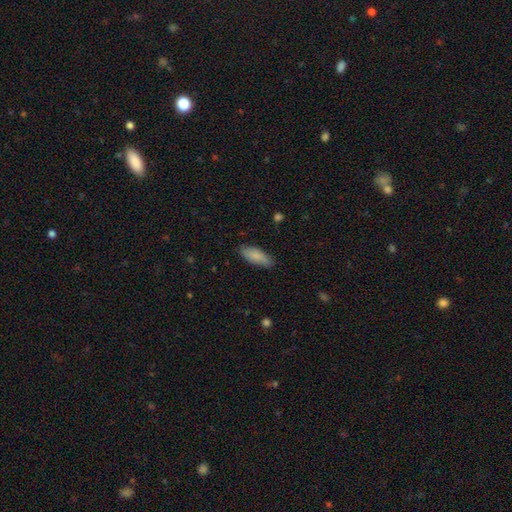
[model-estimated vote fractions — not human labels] Smooth or featured? smooth (85%)
How rounded? in between (73%)
Merging? none (83%)